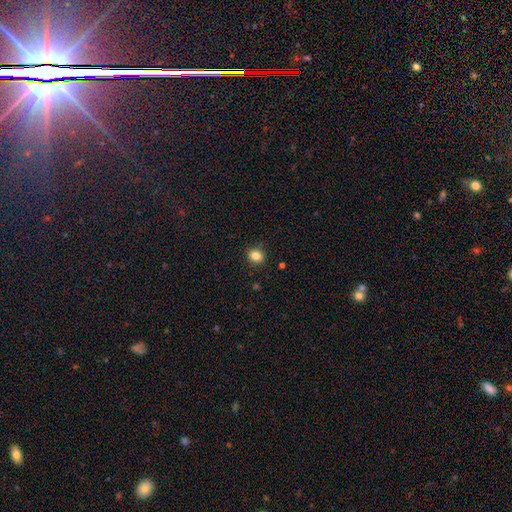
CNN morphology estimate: The model was most divided on "how rounded": round: 68%, in between: 31%, cigar-shaped: 1%. More confident: merging — none (88%); smooth or featured — smooth (83%).